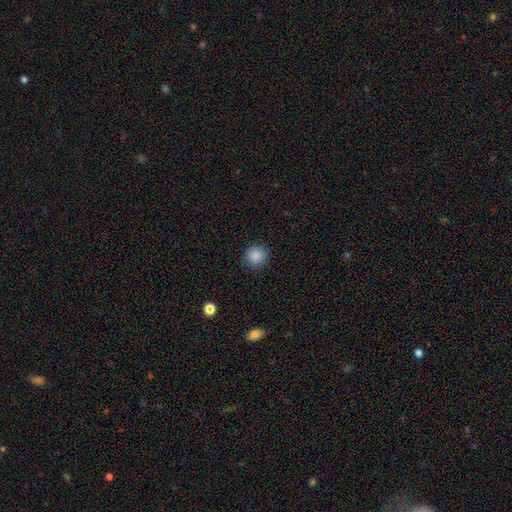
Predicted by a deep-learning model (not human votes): Morphology: type=smooth (88%); roundness=round (94%); merging=none (91%).